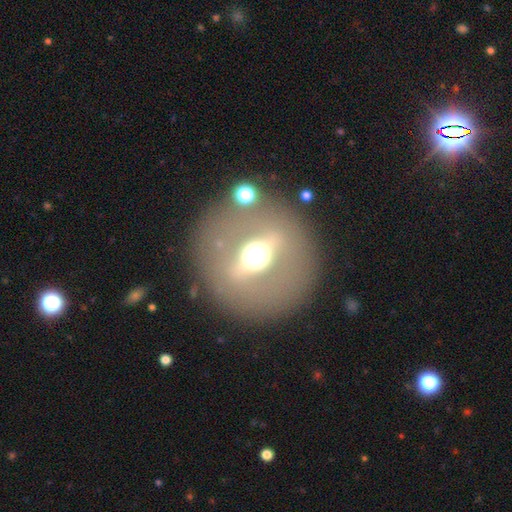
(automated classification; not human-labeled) Smooth or featured?
  - featured or disk: 49% *
  - smooth: 34%
  - star or artifact: 17%
Merging?
  - none: 78% *
  - minor disturbance: 10%
  - major disturbance: 7%
  - merger: 5%